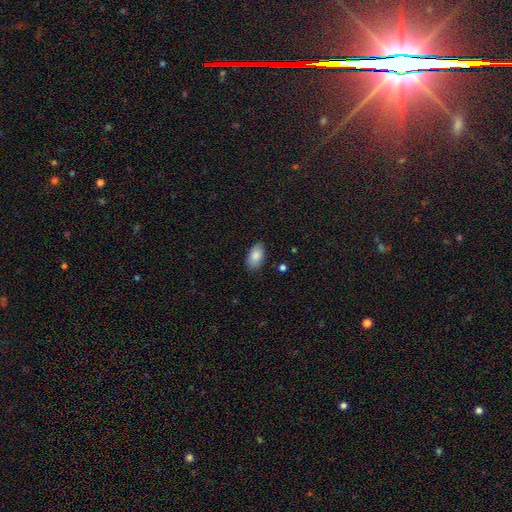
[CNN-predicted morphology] Smooth or featured? Predicted: smooth (p=0.86). How rounded? Predicted: in between (p=0.94). Merging? Predicted: none (p=0.84).